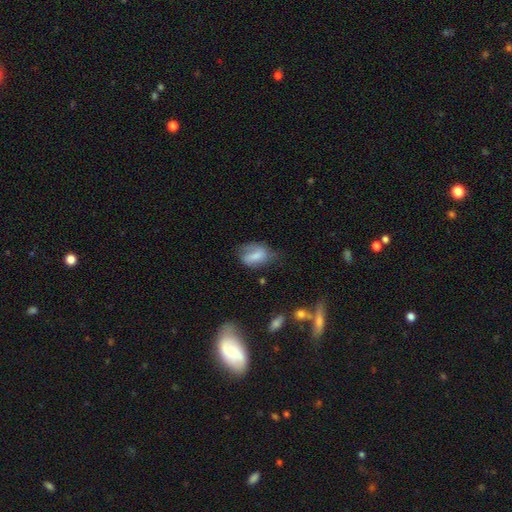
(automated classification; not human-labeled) This appears to be a smooth galaxy with no disk features (66%) that is in between round and cigar-shaped (82%). Merging: none (45%).